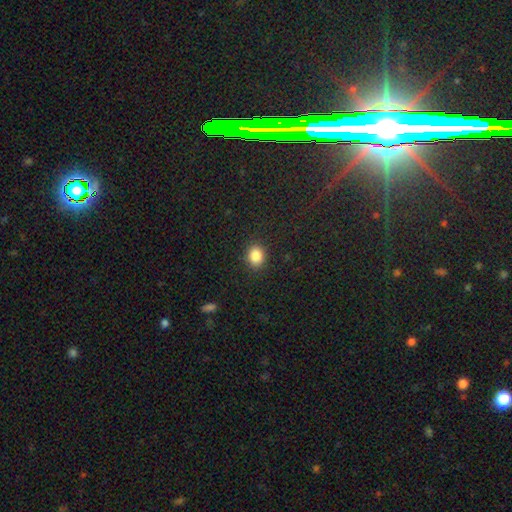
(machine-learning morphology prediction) Smooth or featured? Predicted: smooth (p=0.86). How rounded? Predicted: round (p=0.58). Merging? Predicted: none (p=0.88).